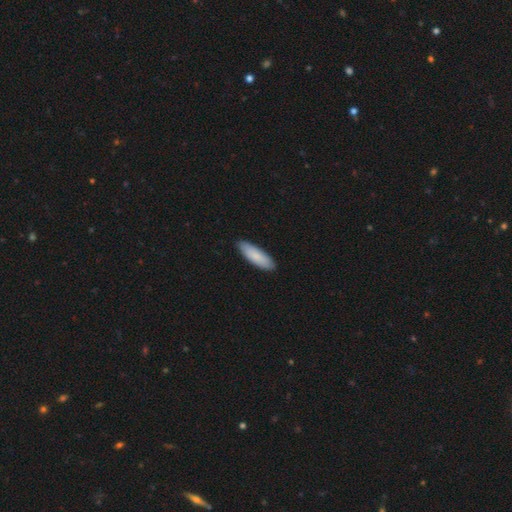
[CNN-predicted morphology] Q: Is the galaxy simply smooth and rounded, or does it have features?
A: smooth — 85%.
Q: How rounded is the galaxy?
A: in between — 54%.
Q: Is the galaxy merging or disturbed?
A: none — 88%.